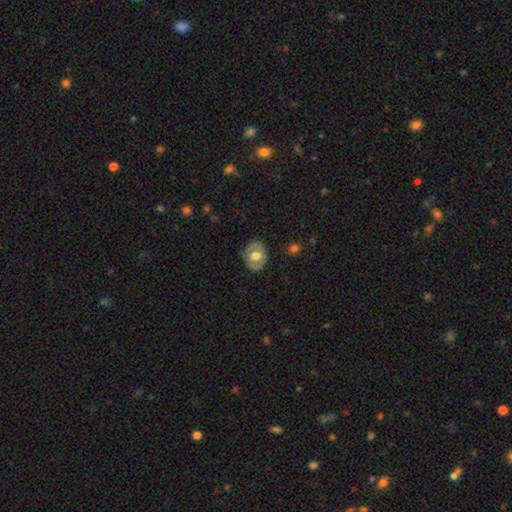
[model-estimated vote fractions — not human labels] Smooth or featured?
  - smooth: 49% *
  - featured or disk: 45%
  - star or artifact: 6%
Merging?
  - none: 76% *
  - minor disturbance: 18%
  - major disturbance: 5%
  - merger: 1%